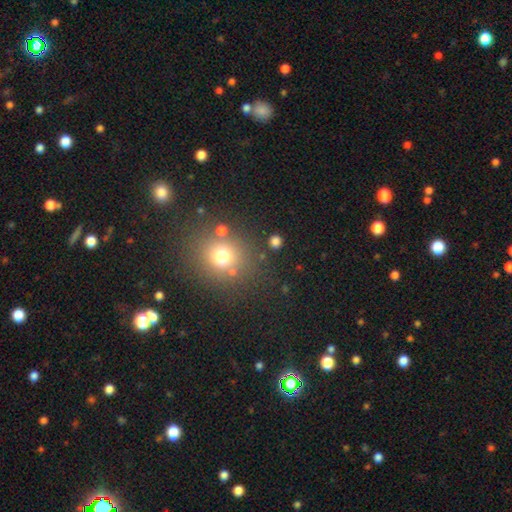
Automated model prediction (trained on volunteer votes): Smooth or featured? Predicted: smooth (p=0.52). How rounded? Predicted: round (p=0.82). Merging? Predicted: none (p=0.85).